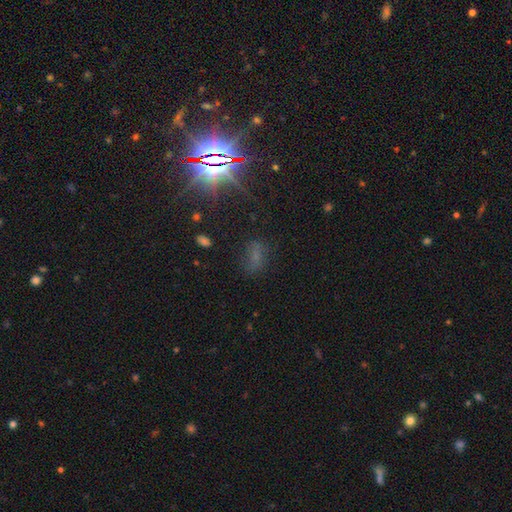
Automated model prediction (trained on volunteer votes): The model was most divided on "smooth or featured": star or artifact: 43%, smooth: 41%, featured or disk: 16%.